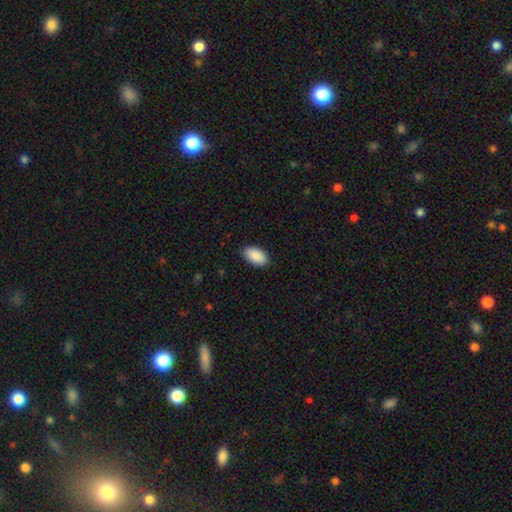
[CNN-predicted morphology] Smooth or featured? Predicted: smooth (p=0.91). How rounded? Predicted: in between (p=0.95). Merging? Predicted: none (p=0.86).